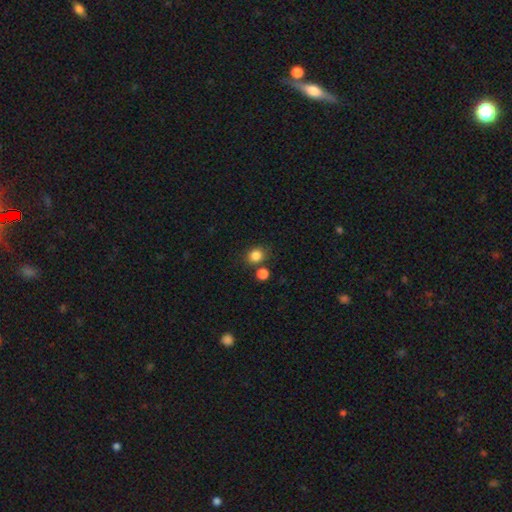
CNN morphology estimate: Smooth or featured?
  - smooth: 83% *
  - star or artifact: 12%
  - featured or disk: 5%
How rounded?
  - round: 79% *
  - in between: 20%
  - cigar-shaped: 1%
Merging?
  - none: 73% *
  - merger: 14%
  - minor disturbance: 10%
  - major disturbance: 3%